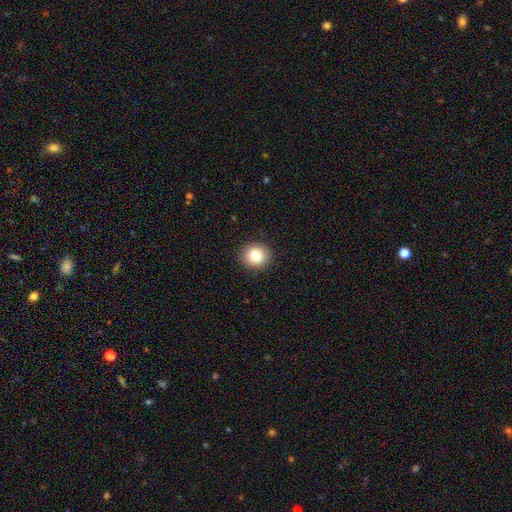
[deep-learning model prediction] smooth-or-featured: smooth: 83% | star or artifact: 10% | featured or disk: 7%
  how-rounded: round: 88% | in between: 11% | cigar-shaped: 1%
  merging: none: 92% | minor disturbance: 6% | major disturbance: 2% | merger: 1%